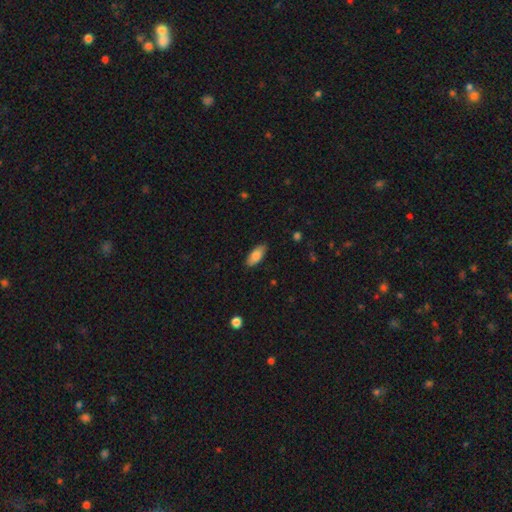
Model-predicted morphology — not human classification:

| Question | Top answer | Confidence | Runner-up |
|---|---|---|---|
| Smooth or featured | smooth | 82% | featured or disk (12%) |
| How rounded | in between | 86% | cigar-shaped (12%) |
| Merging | none | 86% | minor disturbance (11%) |